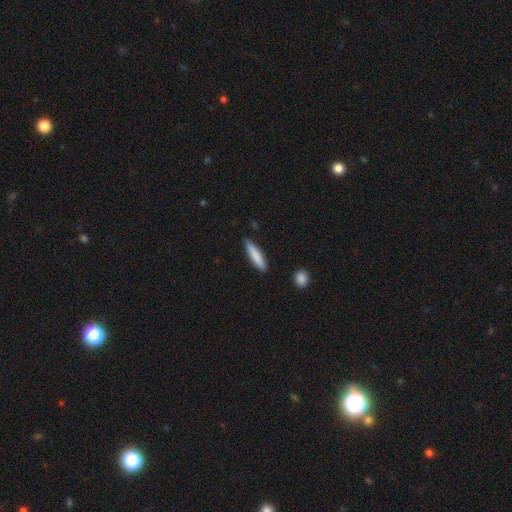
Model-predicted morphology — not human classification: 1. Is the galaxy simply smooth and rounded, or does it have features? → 83% smooth, 11% featured or disk, 6% star or artifact.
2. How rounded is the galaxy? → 80% cigar-shaped, 18% in between, 1% round.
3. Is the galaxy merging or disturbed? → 85% none, 12% minor disturbance, 2% major disturbance, 2% merger.